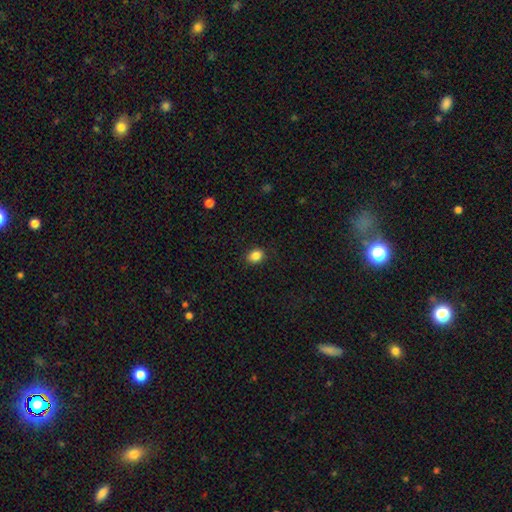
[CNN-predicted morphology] Smooth or featured? Predicted: smooth (p=0.86). How rounded? Predicted: in between (p=0.54). Merging? Predicted: none (p=0.87).